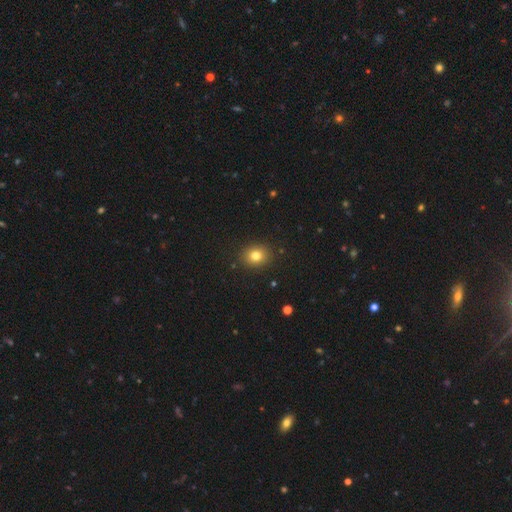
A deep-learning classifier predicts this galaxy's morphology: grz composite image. It shows a smooth galaxy with no disk features (79%) that is round (64%). Merging: none (90%).